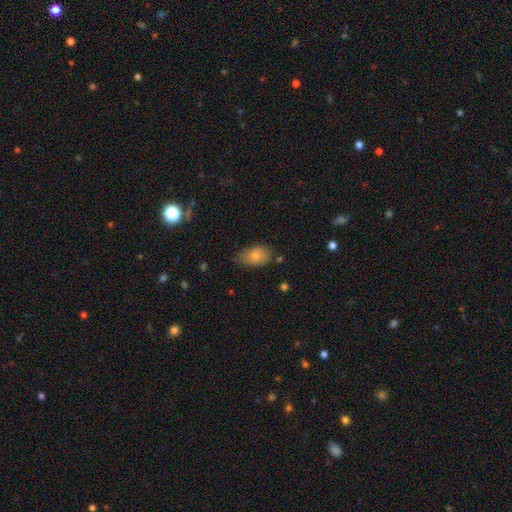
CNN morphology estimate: smooth_or_featured: smooth (p=0.79) [alt: featured or disk p=0.13]
how_rounded: in between (p=0.86) [alt: round p=0.12]
merging: none (p=0.62) [alt: minor disturbance p=0.30]